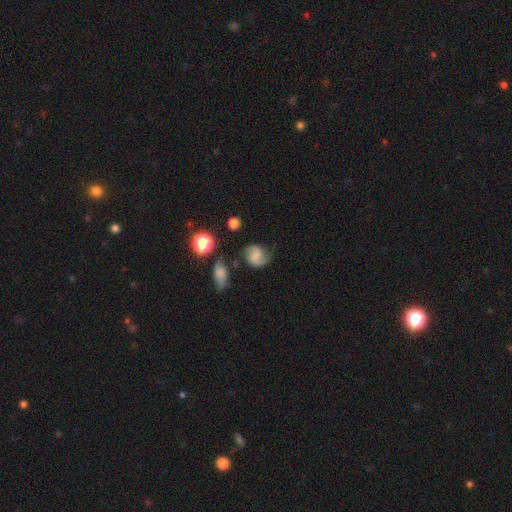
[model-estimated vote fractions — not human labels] This appears to be a featured or disk galaxy (52%) with no bar (56%), spiral arms (92%) and no central bulge (52%). Merging: none (64%).